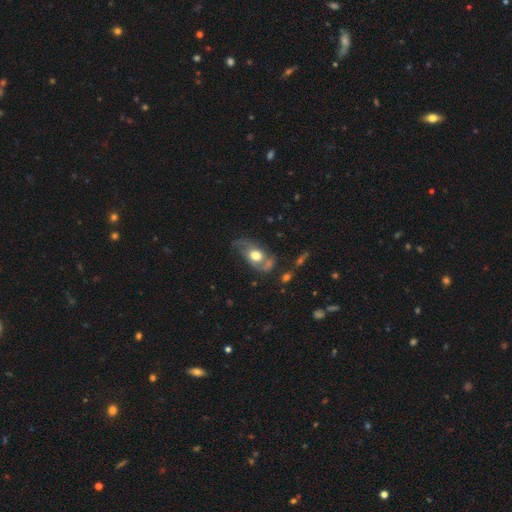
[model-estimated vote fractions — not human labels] smooth-or-featured: featured or disk: 50% | smooth: 42% | star or artifact: 8%
  disk-edge-on: no: 91% | yes: 9%
  merging: none: 39% | minor disturbance: 27% | major disturbance: 24% | merger: 10%